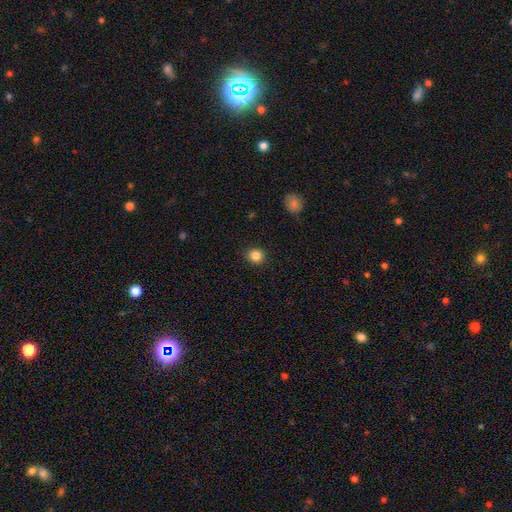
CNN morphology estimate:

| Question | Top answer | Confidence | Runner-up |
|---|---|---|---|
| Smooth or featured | smooth | 85% | star or artifact (11%) |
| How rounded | round | 85% | in between (14%) |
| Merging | none | 91% | minor disturbance (6%) |